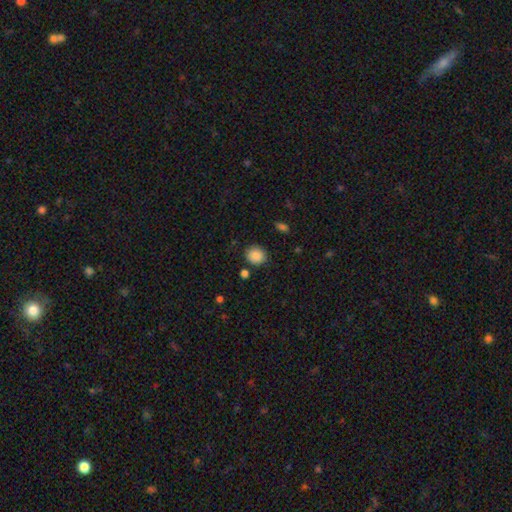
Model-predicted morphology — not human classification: The model was most divided on "how rounded": round: 78%, in between: 22%, cigar-shaped: 1%. More confident: smooth or featured — smooth (87%); merging — none (84%).